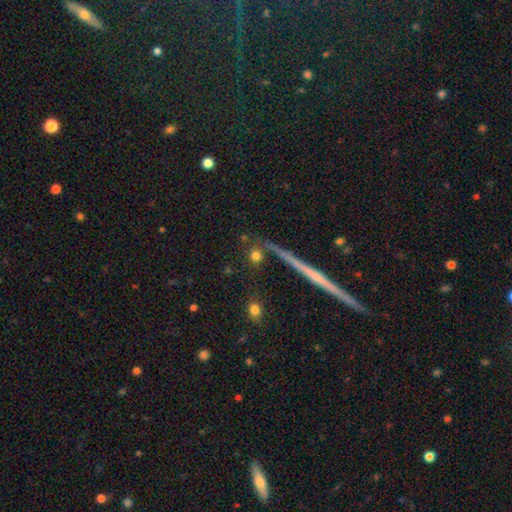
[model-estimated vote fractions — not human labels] A smooth galaxy with no disk features (74%) that is round (89%).

Vote fractions:
- Smooth or featured? smooth: 74% / star or artifact: 15% / featured or disk: 11%
- How rounded? round: 89% / in between: 6% / cigar-shaped: 5%
- Merging? none: 81% / minor disturbance: 8% / merger: 7% / major disturbance: 4%